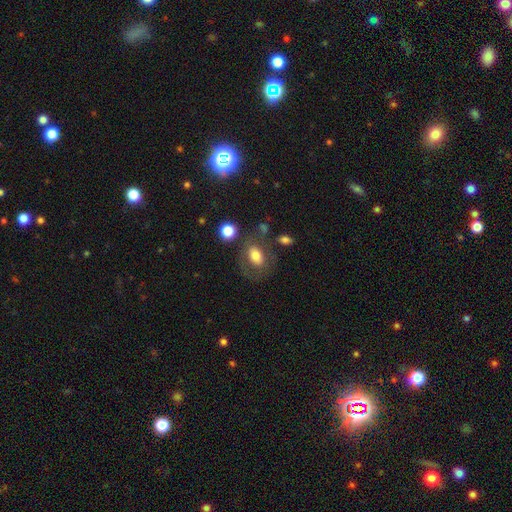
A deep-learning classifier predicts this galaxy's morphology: A smooth galaxy with no disk features (69%) that is in between round and cigar-shaped (76%). Merging: none (62%).